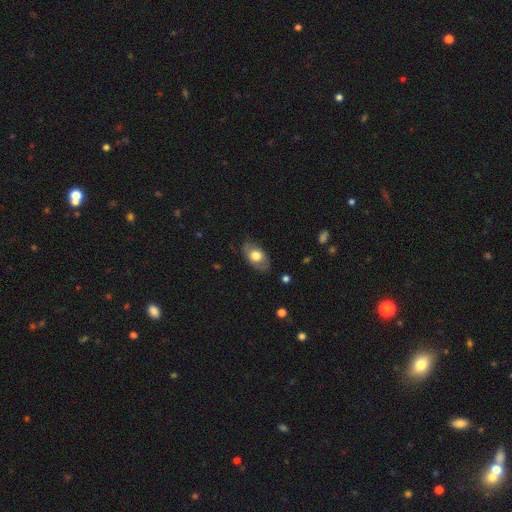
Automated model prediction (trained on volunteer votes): smooth-or-featured: smooth: 67% | featured or disk: 26% | star or artifact: 6%
  how-rounded: in between: 89% | round: 9% | cigar-shaped: 2%
  merging: none: 78% | minor disturbance: 17% | major disturbance: 4% | merger: 1%